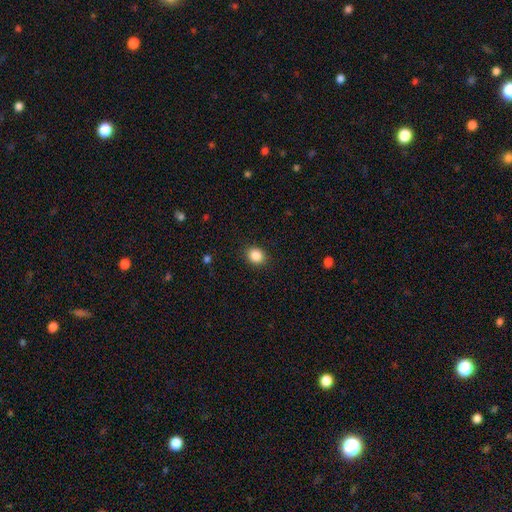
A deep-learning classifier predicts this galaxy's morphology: smooth_or_featured: smooth (p=0.87) [alt: star or artifact p=0.10]
how_rounded: round (p=0.62) [alt: in between p=0.37]
merging: none (p=0.89) [alt: minor disturbance p=0.08]